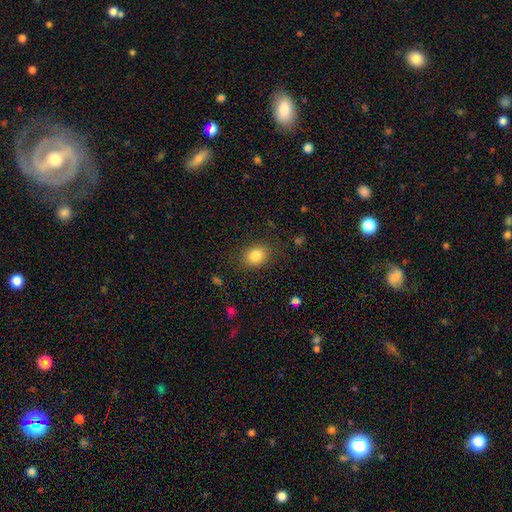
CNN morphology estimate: smooth_or_featured: smooth (p=0.83) [alt: star or artifact p=0.10]
how_rounded: in between (p=0.54) [alt: round p=0.45]
merging: none (p=0.84) [alt: minor disturbance p=0.11]